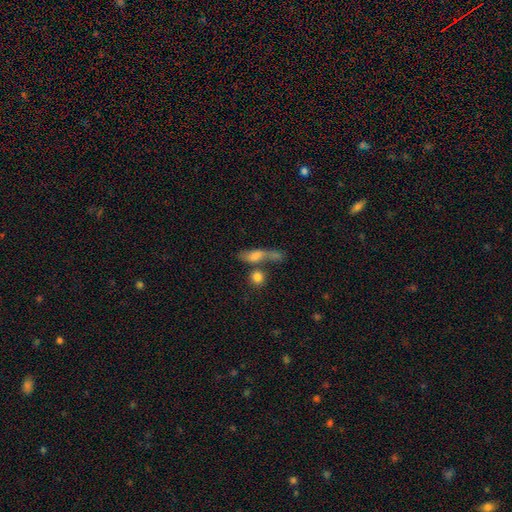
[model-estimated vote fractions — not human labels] smooth 63%, featured or disk 27%, star or artifact 11%. Down the decision tree: how rounded — in between (54%); merging — merger (36%).